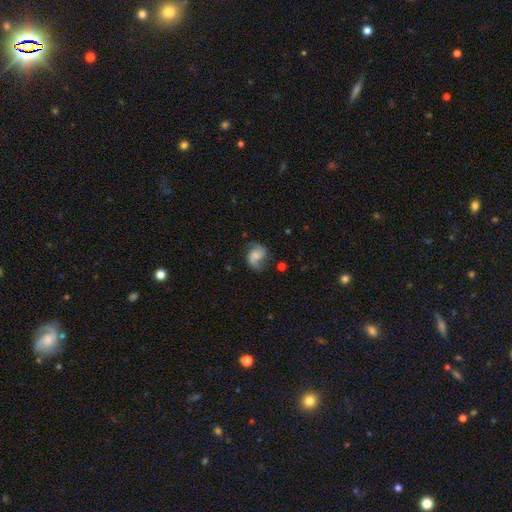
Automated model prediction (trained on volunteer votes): The model was most divided on "bulge size": small: 35%, moderate: 29%, none: 23%, large: 10%, dominant: 3%. More confident: edge-on disk — no (98%); spiral arms — yes (93%); spiral arm count — 2 (78%); smooth or featured — featured or disk (65%); bar — no (61%); merging — none (59%); spiral winding — loose (53%).